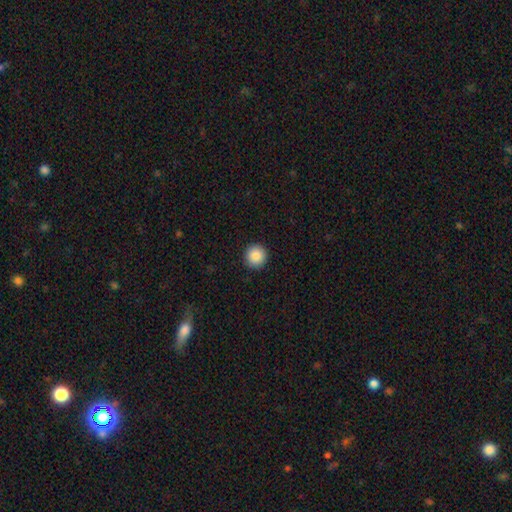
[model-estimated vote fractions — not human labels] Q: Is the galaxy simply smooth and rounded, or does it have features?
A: smooth — 88%.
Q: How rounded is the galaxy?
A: round — 96%.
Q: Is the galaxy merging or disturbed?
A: none — 93%.